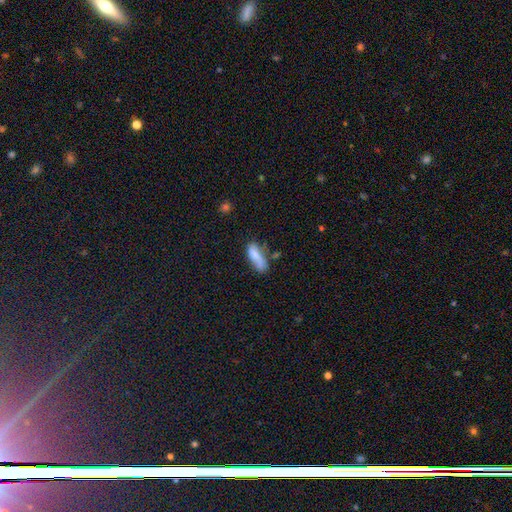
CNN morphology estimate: The model was most divided on "merging": none: 48%, minor disturbance: 28%, merger: 13%, major disturbance: 11%. More confident: smooth or featured — smooth (77%); how rounded — in between (67%).